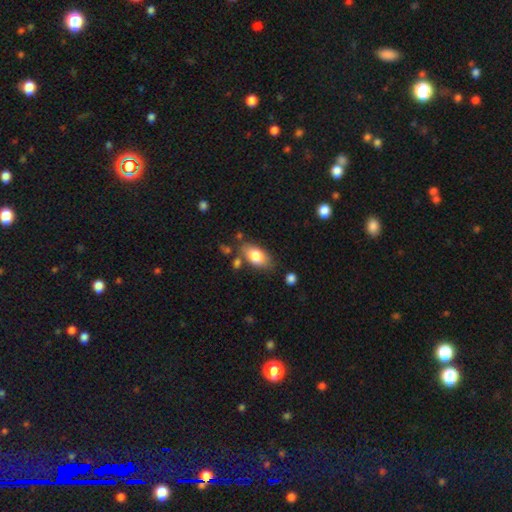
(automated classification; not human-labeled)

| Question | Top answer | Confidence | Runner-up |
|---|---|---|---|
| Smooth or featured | smooth | 79% | featured or disk (14%) |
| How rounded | in between | 90% | round (6%) |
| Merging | none | 71% | minor disturbance (17%) |